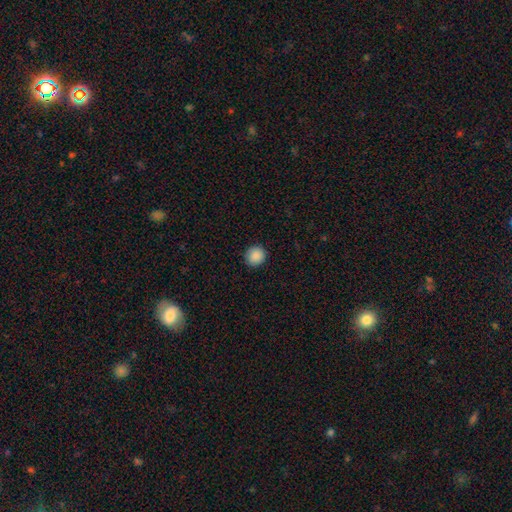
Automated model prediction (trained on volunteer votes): A smooth galaxy with no disk features (89%) that is round (92%).

Vote fractions:
- Smooth or featured? smooth: 89% / star or artifact: 8% / featured or disk: 3%
- How rounded? round: 92% / in between: 7% / cigar-shaped: 1%
- Merging? none: 92% / minor disturbance: 5% / major disturbance: 2% / merger: 1%